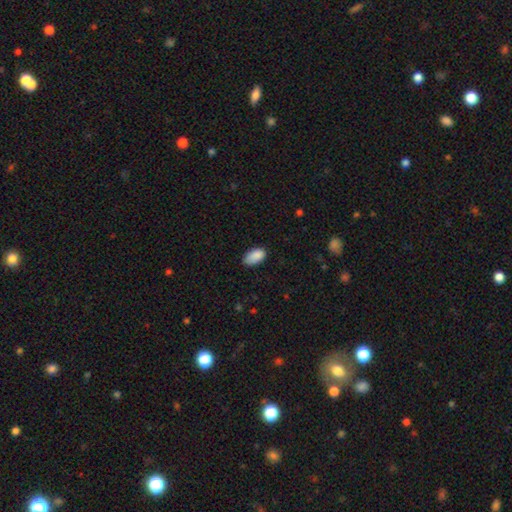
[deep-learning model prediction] Smooth or featured? smooth (88%)
How rounded? in between (95%)
Merging? none (73%)